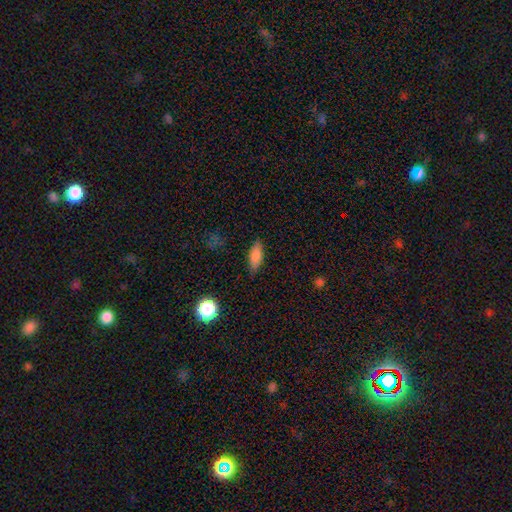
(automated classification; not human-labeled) A smooth galaxy with no disk features (79%) that is in between round and cigar-shaped (72%). Merging: none (82%).